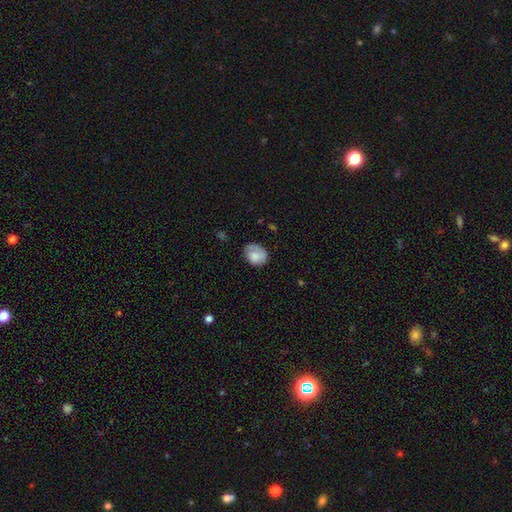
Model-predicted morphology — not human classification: Smooth or featured?
  - smooth: 74% *
  - featured or disk: 19%
  - star or artifact: 7%
How rounded?
  - round: 50% *
  - in between: 49%
  - cigar-shaped: 1%
Merging?
  - none: 62% *
  - minor disturbance: 27%
  - major disturbance: 10%
  - merger: 2%